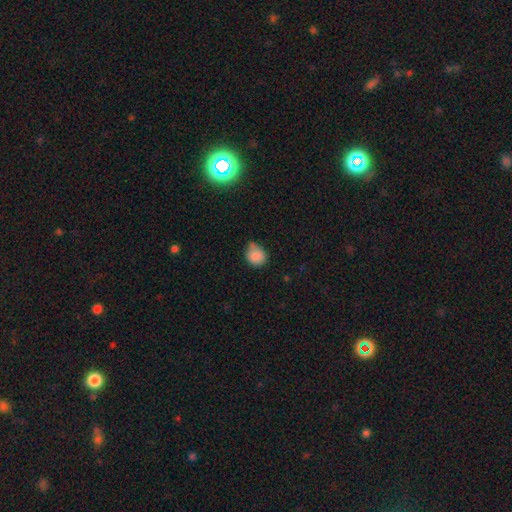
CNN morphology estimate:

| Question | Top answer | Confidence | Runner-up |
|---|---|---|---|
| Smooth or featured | smooth | 85% | star or artifact (9%) |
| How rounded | round | 72% | in between (27%) |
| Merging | none | 49% | minor disturbance (36%) |